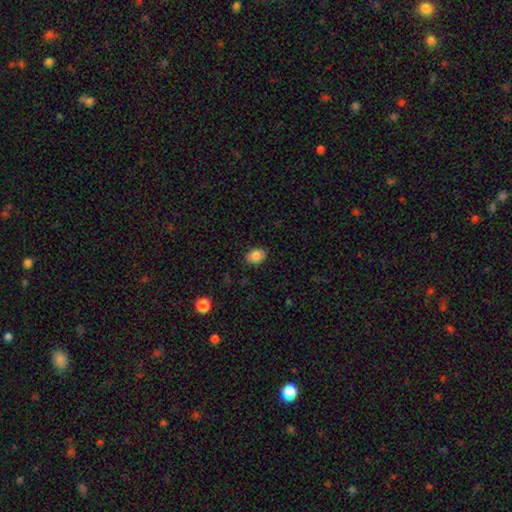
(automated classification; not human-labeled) The model was most divided on "how rounded": in between: 69%, round: 30%, cigar-shaped: 1%. More confident: merging — none (85%); smooth or featured — smooth (84%).